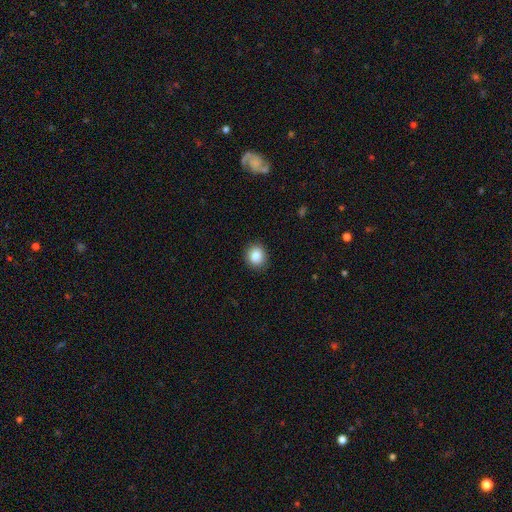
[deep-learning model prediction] Smooth or featured? Predicted: smooth (p=0.85). How rounded? Predicted: round (p=0.82). Merging? Predicted: none (p=0.90).